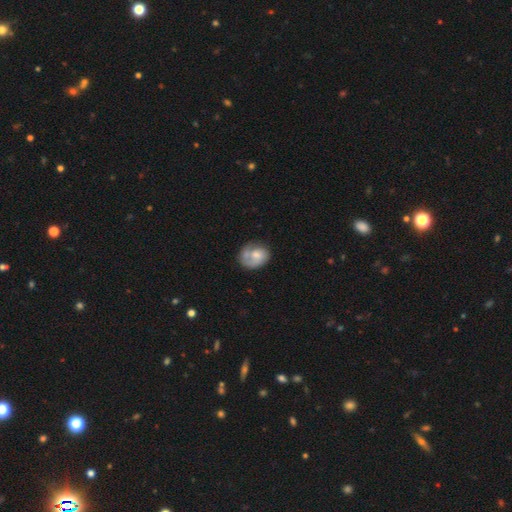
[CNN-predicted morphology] A smooth galaxy with no disk features (52%) that is round (53%). Merging: none (48%).